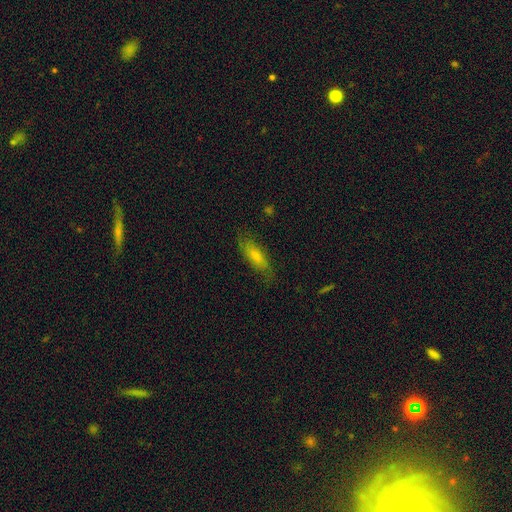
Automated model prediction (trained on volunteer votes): smooth-or-featured: smooth: 68% | featured or disk: 24% | star or artifact: 7%
  how-rounded: in between: 61% | cigar-shaped: 37% | round: 2%
  merging: none: 73% | minor disturbance: 19% | major disturbance: 6% | merger: 1%